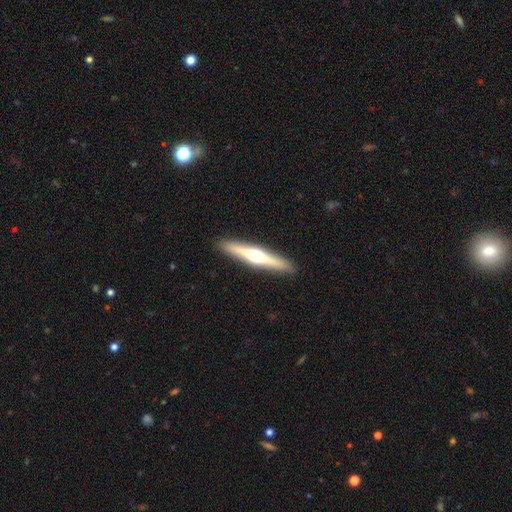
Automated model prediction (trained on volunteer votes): Smooth or featured? Predicted: featured or disk (p=0.66). Edge-on disk? Predicted: yes (p=0.97). Edge-on bulge? Predicted: rounded (p=0.93). Merging? Predicted: none (p=0.92).